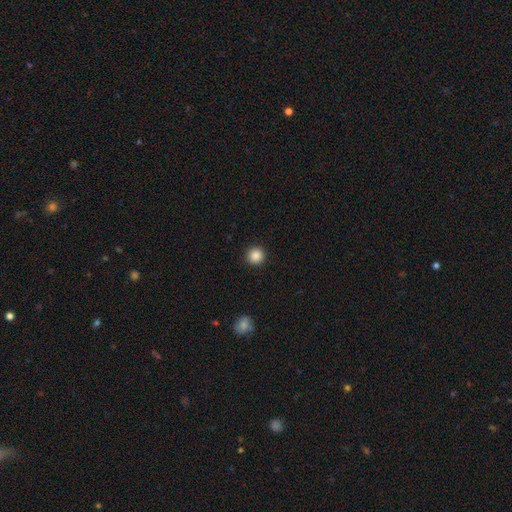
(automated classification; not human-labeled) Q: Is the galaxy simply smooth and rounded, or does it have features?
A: smooth — 87%.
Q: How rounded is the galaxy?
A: round — 95%.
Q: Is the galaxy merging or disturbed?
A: none — 93%.